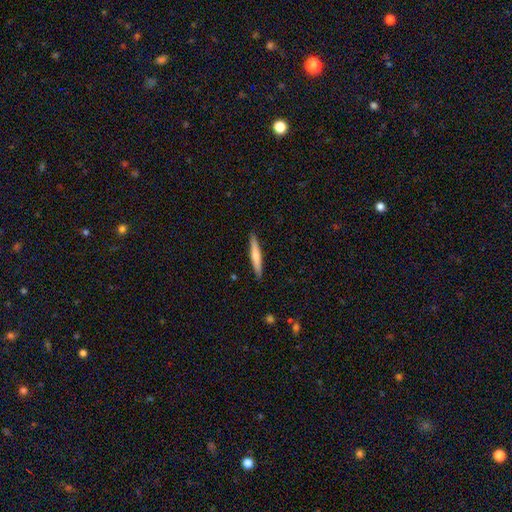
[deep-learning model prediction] smooth_or_featured: smooth (p=0.59) [alt: featured or disk p=0.35]
how_rounded: cigar-shaped (p=0.93) [alt: in between p=0.05]
merging: none (p=0.91) [alt: minor disturbance p=0.07]